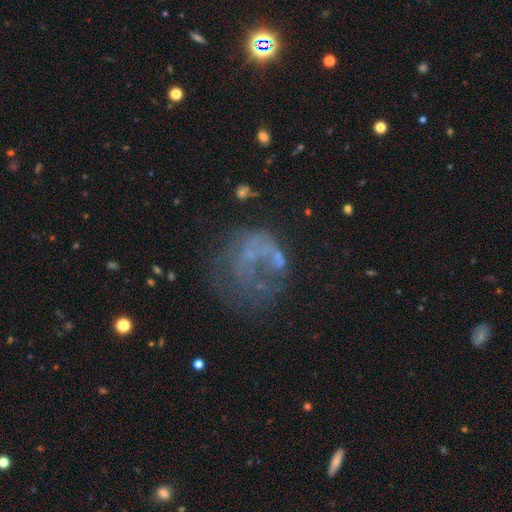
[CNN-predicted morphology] A featured or disk galaxy (51%) with no bar (91%), no spiral arms (87%) and no central bulge (79%).

Vote fractions:
- Smooth or featured? featured or disk: 51% / smooth: 28% / star or artifact: 21%
- Edge-on disk? no: 98% / yes: 2%
- Bar? no: 91% / weak: 7% / strong: 2%
- Spiral arms? no: 87% / yes: 13%
- Bulge size? none: 79% / small: 13% / moderate: 5% / large: 2% / dominant: 1%
- Merging? none: 39% / major disturbance: 37% / minor disturbance: 16% / merger: 9%